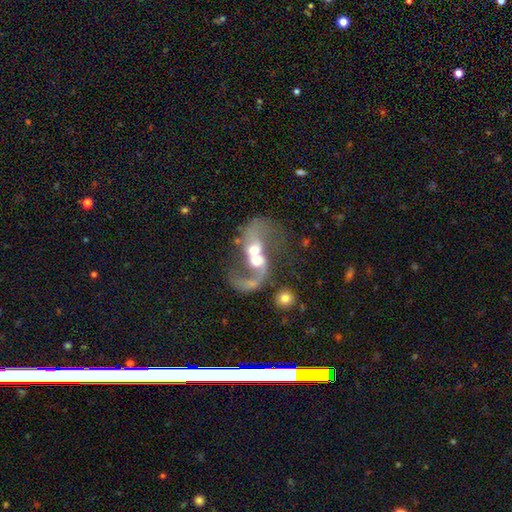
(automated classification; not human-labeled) This is likely a featured or disk galaxy (78%). It is clearly not viewed edge-on (97%). Bar: likely no (61%). Spiral arm pattern: clearly yes (82%). Spiral arm count: likely 2 (74%). Spiral winding: likely loose (74%). Central bulge: likely moderate (61%). Merging: likely merger (69%).